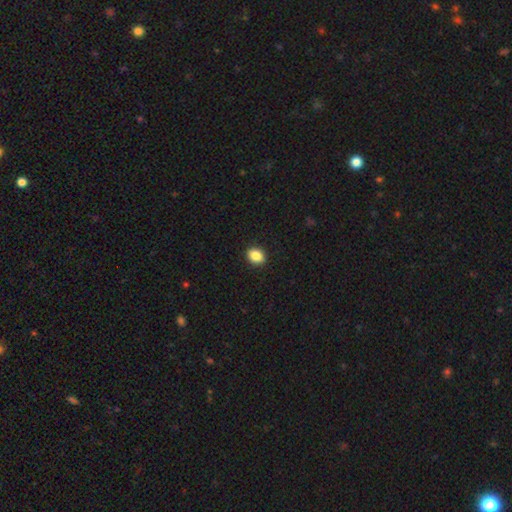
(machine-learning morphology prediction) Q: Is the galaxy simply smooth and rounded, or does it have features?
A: smooth — 88%.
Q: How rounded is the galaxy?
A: in between — 65%.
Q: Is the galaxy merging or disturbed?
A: none — 91%.